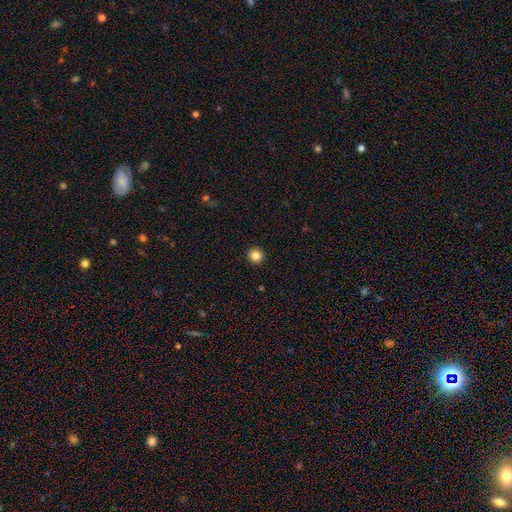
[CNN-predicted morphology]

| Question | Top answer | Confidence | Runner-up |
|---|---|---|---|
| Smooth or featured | smooth | 84% | star or artifact (12%) |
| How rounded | round | 96% | in between (3%) |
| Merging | none | 94% | minor disturbance (4%) |